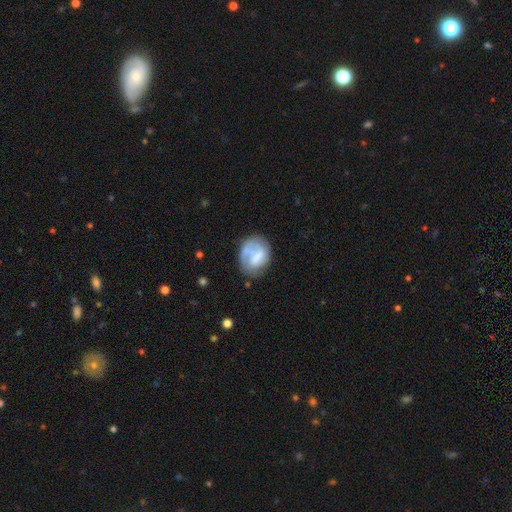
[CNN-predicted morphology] A smooth galaxy with no disk features (51%) that is round (50%).

Vote fractions:
- Smooth or featured? smooth: 51% / featured or disk: 41% / star or artifact: 7%
- How rounded? round: 50% / in between: 49% / cigar-shaped: 1%
- Merging? none: 51% / minor disturbance: 27% / major disturbance: 17% / merger: 5%